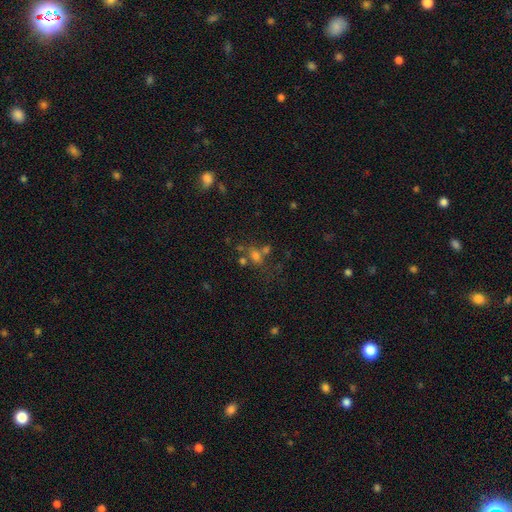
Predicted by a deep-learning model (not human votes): Smooth or featured? smooth (59%)
How rounded? round (50%)
Merging? none (45%)